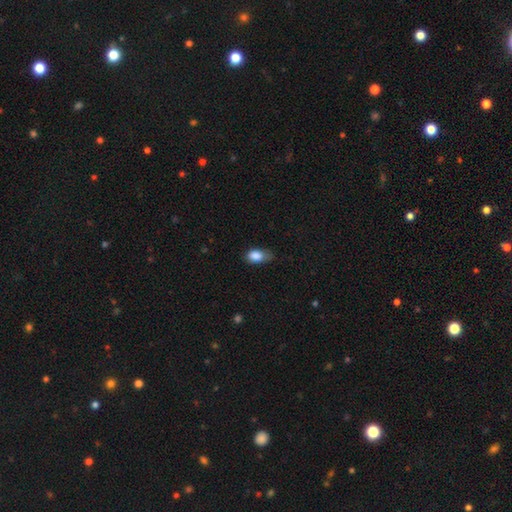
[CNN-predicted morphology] type=smooth (85%); roundness=in between (86%); merging=none (46%).